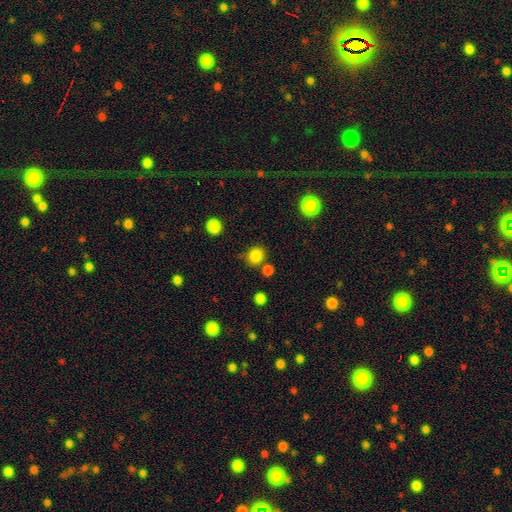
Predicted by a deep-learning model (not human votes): smooth-or-featured: smooth: 84% | star or artifact: 12% | featured or disk: 4%
  how-rounded: round: 80% | in between: 19% | cigar-shaped: 1%
  merging: none: 77% | minor disturbance: 10% | merger: 9% | major disturbance: 3%